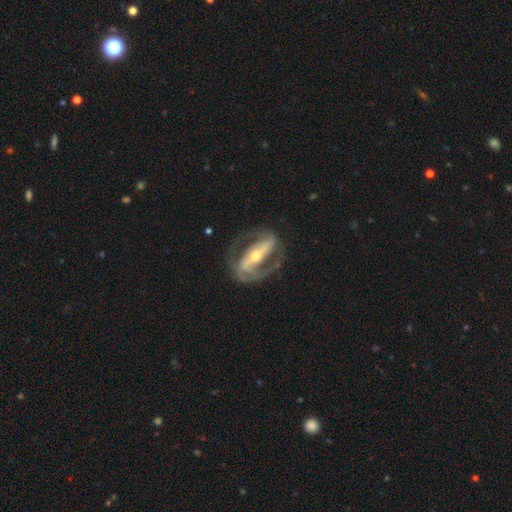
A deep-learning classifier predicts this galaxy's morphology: This is clearly a featured or disk galaxy (90%). It is clearly not viewed edge-on (93%). Bar: likely strong (73%). Spiral arm pattern: clearly yes (93%). Spiral arm count: clearly 2 (90%). Spiral winding: possibly medium (49%). Central bulge: possibly moderate (54%). Merging: likely none (77%).